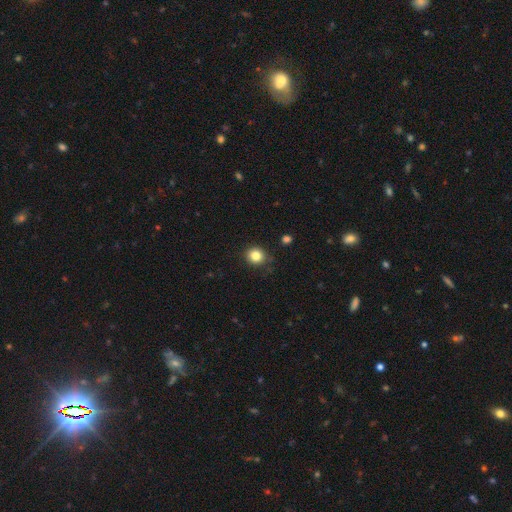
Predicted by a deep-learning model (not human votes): Overall: smooth (83%). How rounded: round (87%). Merging: none (86%).